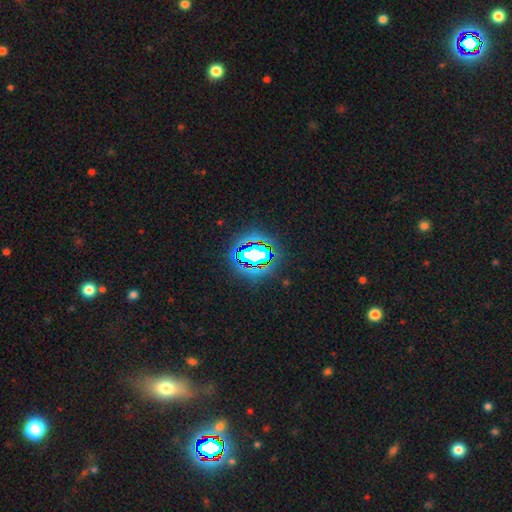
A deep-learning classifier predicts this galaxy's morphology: A star or artifact, not a galaxy (79%).